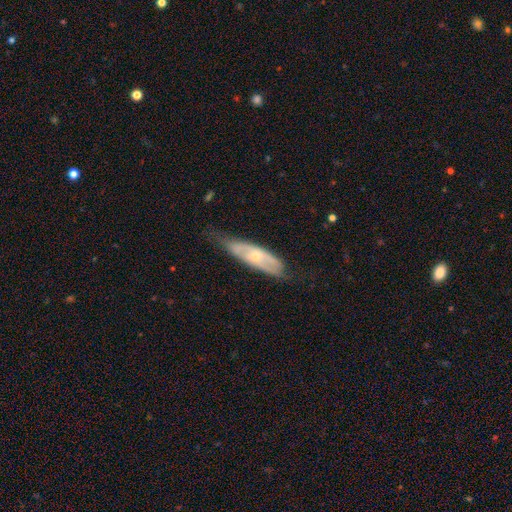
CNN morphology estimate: smooth_or_featured: featured or disk (p=0.65) [alt: smooth p=0.29]
disk_edge_on: no (p=0.69) [alt: yes p=0.31]
merging: none (p=0.58) [alt: minor disturbance p=0.31]